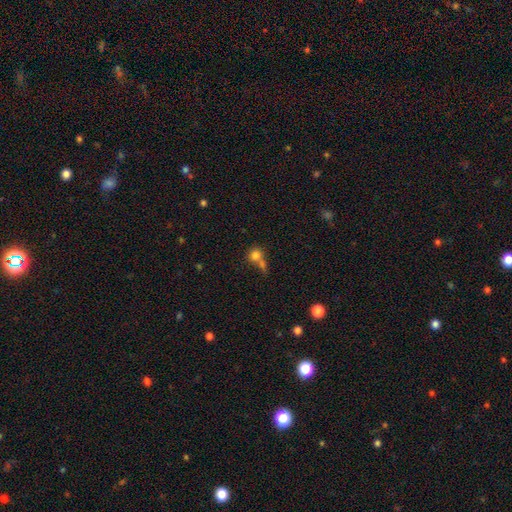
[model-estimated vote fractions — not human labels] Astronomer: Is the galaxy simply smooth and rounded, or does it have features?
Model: smooth — 77%.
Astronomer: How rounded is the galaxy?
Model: round — 82%.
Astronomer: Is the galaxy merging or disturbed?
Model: merger — 47% (runner-up: none, 35%).